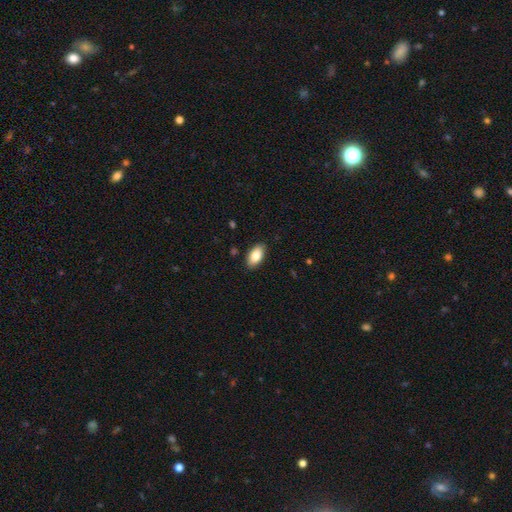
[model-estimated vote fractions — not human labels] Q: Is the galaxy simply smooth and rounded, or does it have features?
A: smooth — 83%.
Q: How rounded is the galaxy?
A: in between — 93%.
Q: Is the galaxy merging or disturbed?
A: none — 88%.